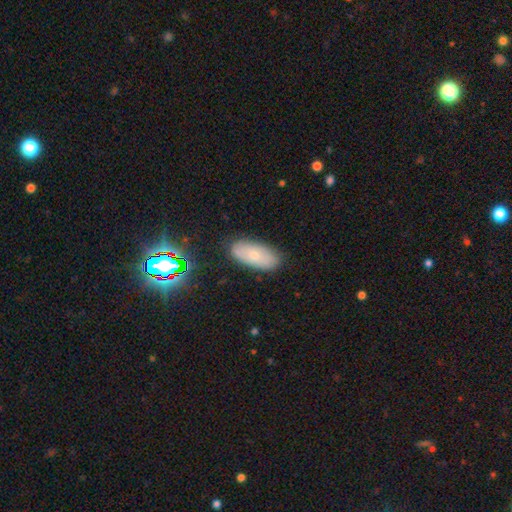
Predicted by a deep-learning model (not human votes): The model was most divided on "smooth or featured": smooth: 68%, featured or disk: 25%, star or artifact: 8%. More confident: how rounded — in between (91%); merging — none (81%).